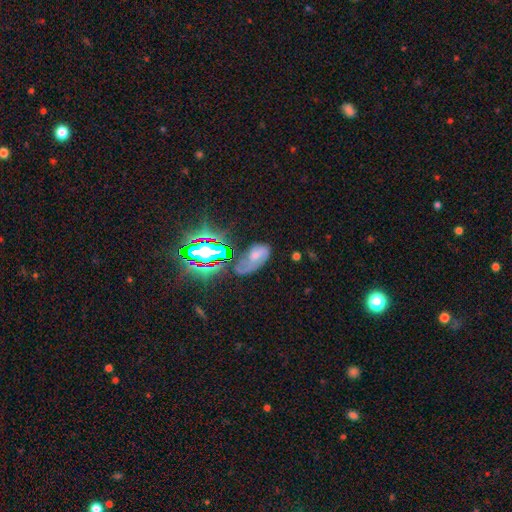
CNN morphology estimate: smooth_or_featured: smooth (p=0.44) [alt: featured or disk p=0.36]
merging: none (p=0.35) [alt: minor disturbance p=0.30]